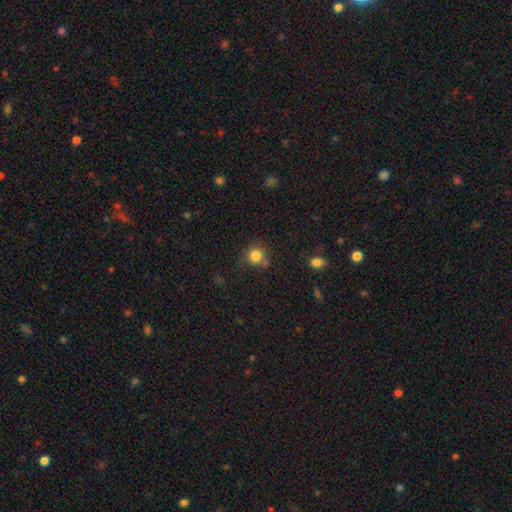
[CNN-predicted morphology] Q: Smooth or featured?
A: smooth (83%); runner-up: star or artifact (11%)
Q: How rounded?
A: round (89%); runner-up: in between (10%)
Q: Merging?
A: none (65%); runner-up: minor disturbance (17%)